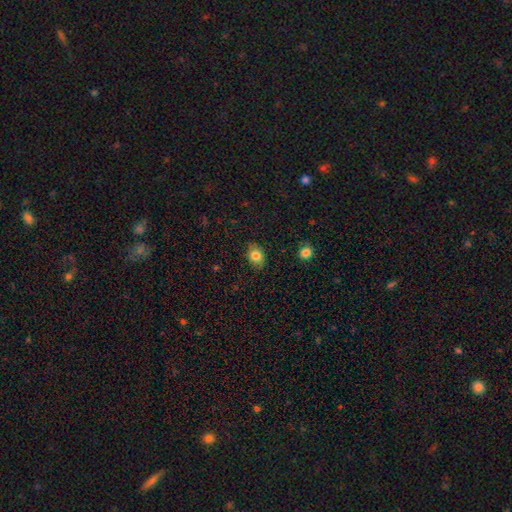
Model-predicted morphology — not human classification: smooth_or_featured: smooth (p=0.82) [alt: star or artifact p=0.10]
how_rounded: in between (p=0.57) [alt: round p=0.42]
merging: none (p=0.82) [alt: minor disturbance p=0.14]